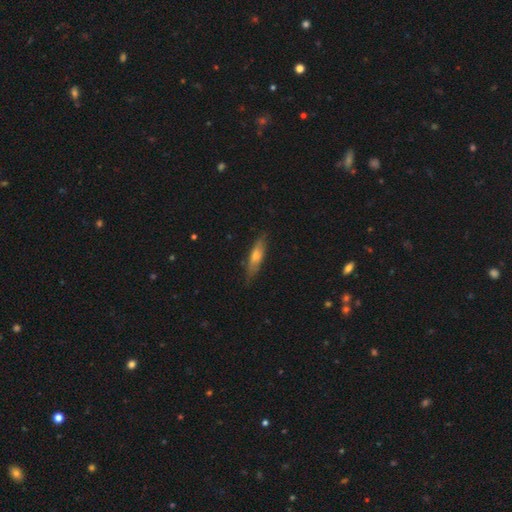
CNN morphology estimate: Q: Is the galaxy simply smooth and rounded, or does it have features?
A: smooth — 53%.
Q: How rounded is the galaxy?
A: cigar-shaped — 73%.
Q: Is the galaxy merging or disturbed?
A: none — 82%.